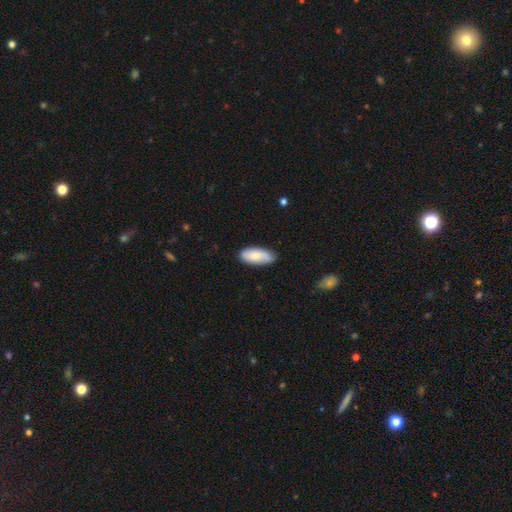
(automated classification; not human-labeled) Overall: smooth (76%). How rounded: in between (86%). Merging: none (82%).